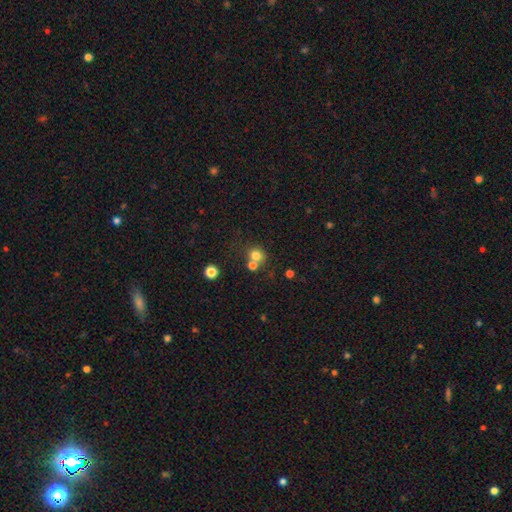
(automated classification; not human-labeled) Smooth or featured?
  - smooth: 76% *
  - star or artifact: 15%
  - featured or disk: 9%
How rounded?
  - round: 82% *
  - in between: 17%
  - cigar-shaped: 1%
Merging?
  - none: 55% *
  - merger: 32%
  - minor disturbance: 9%
  - major disturbance: 4%